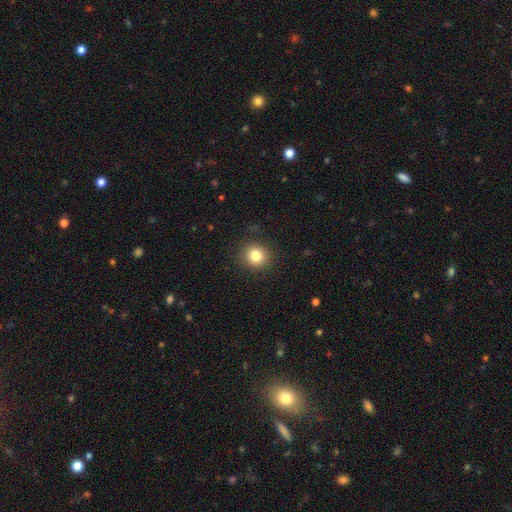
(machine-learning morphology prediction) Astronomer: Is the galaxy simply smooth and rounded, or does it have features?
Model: smooth — 83%.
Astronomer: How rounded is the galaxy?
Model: round — 89%.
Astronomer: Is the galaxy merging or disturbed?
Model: none — 89%.